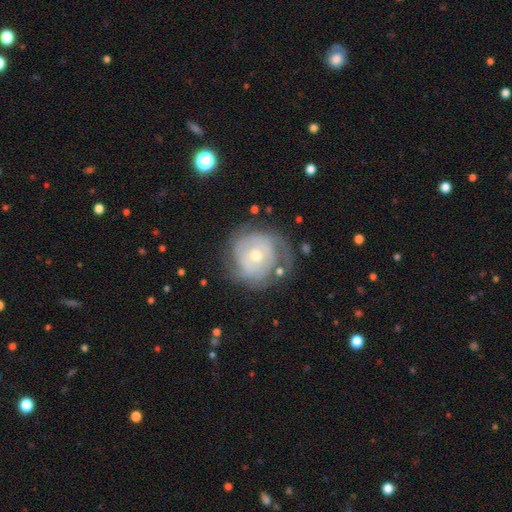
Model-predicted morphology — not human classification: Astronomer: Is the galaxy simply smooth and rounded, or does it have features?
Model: featured or disk — 77%.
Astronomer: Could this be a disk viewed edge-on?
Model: no — 97%.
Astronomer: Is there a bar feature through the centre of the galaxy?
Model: no — 74%.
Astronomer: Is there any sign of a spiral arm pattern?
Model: yes — 86%.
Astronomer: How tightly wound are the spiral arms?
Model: tight — 70%.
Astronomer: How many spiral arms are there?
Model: can't tell — 42% (runner-up: 2, 27%).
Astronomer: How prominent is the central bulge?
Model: moderate — 56% (runner-up: small, 40%).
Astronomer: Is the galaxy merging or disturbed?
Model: none — 64%.